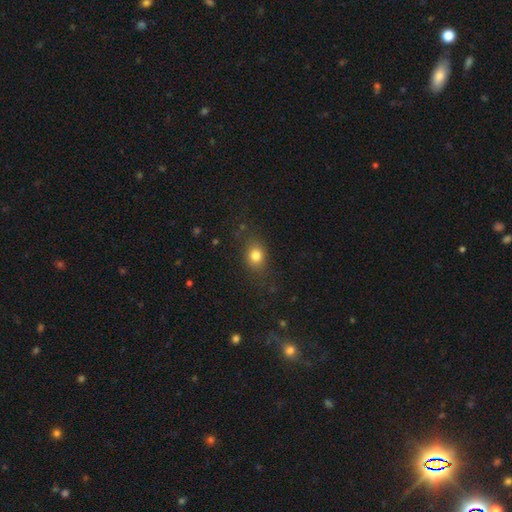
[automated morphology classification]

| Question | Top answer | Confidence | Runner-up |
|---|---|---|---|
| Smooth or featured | smooth | 79% | star or artifact (12%) |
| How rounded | in between | 50% | round (48%) |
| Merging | none | 78% | minor disturbance (15%) |